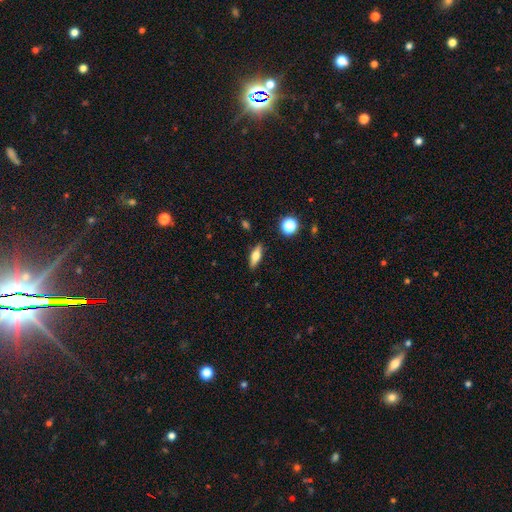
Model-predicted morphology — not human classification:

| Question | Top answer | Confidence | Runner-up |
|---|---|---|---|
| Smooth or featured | smooth | 58% | featured or disk (33%) |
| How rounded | in between | 56% | cigar-shaped (39%) |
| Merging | none | 87% | minor disturbance (9%) |